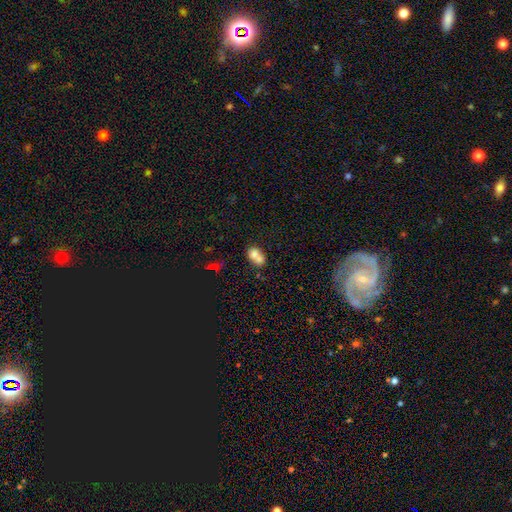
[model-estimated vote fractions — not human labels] A smooth galaxy with no disk features (70%) that is in between round and cigar-shaped (54%). Merging: merger (64%).